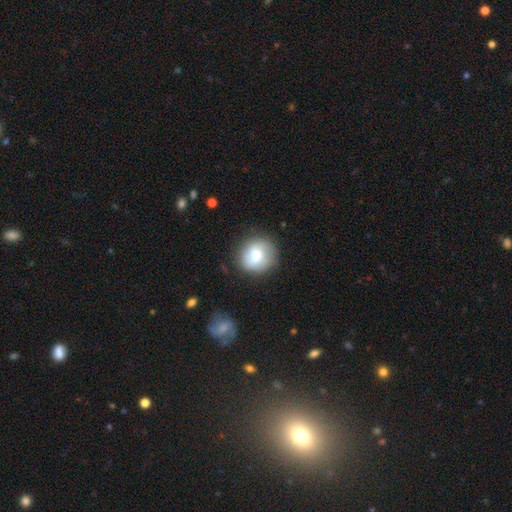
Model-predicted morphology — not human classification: This appears to be a smooth galaxy with no disk features (79%) that is round (84%). Merging: none (75%).